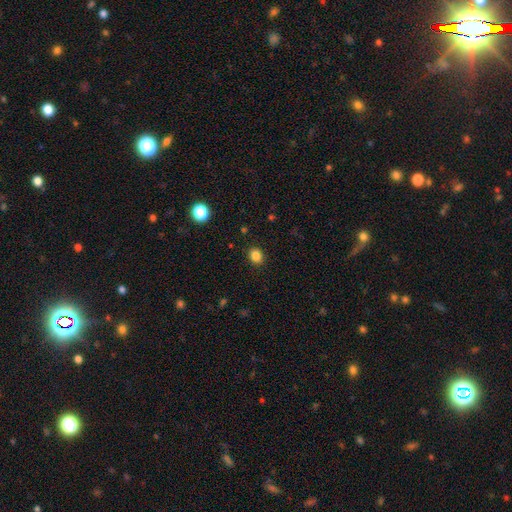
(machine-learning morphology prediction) A smooth galaxy with no disk features (85%) that is round (66%). Merging: none (90%).